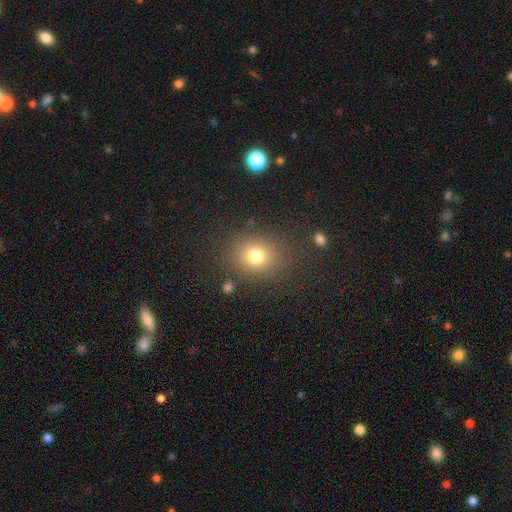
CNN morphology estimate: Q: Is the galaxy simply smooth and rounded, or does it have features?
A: smooth — 77%.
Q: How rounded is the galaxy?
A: round — 66%.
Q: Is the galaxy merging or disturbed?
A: none — 81%.